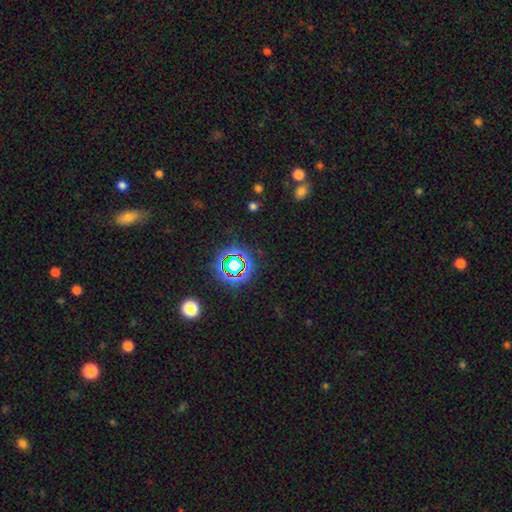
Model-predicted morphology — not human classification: Q: Smooth or featured?
A: star or artifact (67%); runner-up: smooth (22%)